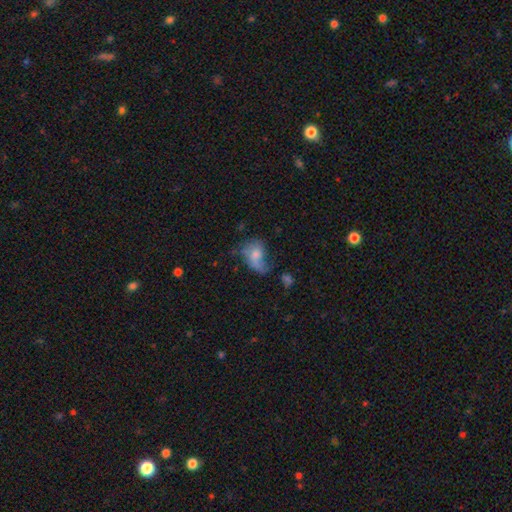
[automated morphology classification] Smooth or featured? smooth (54%)
How rounded? in between (78%)
Merging? major disturbance (39%)